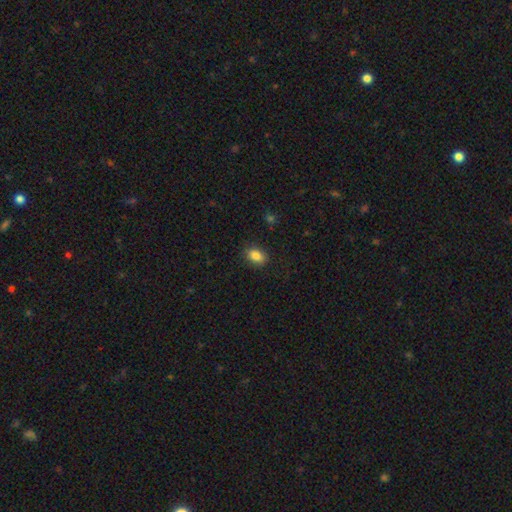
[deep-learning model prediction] A smooth galaxy with no disk features (86%) that is in between round and cigar-shaped (81%). Merging: none (87%).